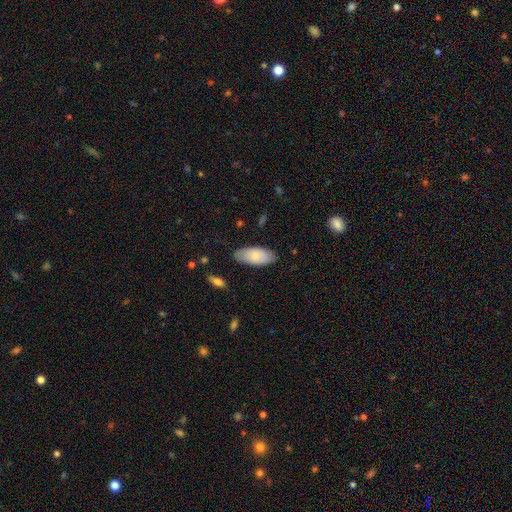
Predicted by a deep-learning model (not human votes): Morphology: type=smooth (72%); roundness=in between (91%); merging=none (80%).